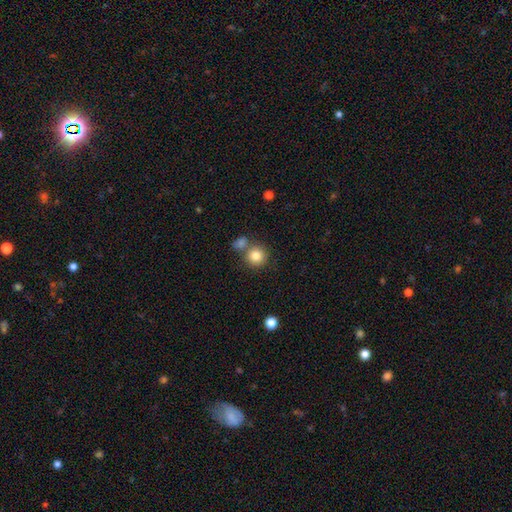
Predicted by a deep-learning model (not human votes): This is clearly a smooth galaxy (83%). How rounded: clearly round (91%). Merging: likely none (66%).